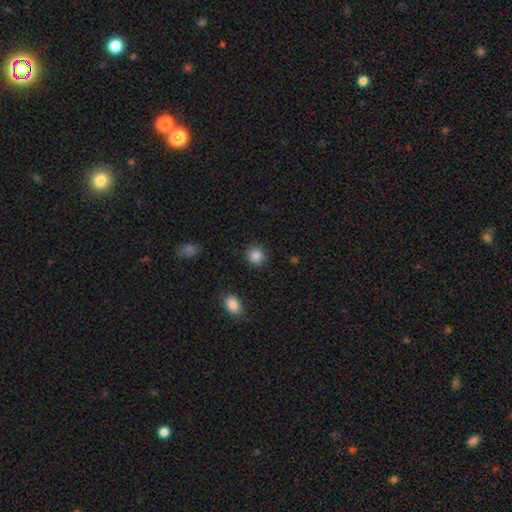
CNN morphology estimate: smooth-or-featured: smooth: 87% | star or artifact: 9% | featured or disk: 4%
  how-rounded: round: 85% | in between: 14% | cigar-shaped: 1%
  merging: none: 89% | minor disturbance: 7% | major disturbance: 3% | merger: 2%